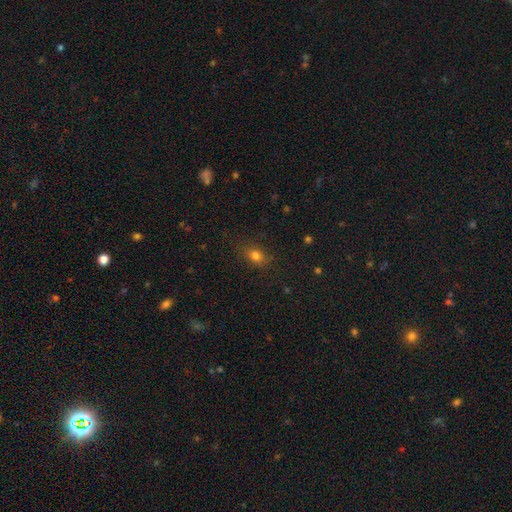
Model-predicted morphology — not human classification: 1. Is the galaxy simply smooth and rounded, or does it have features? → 79% smooth, 13% star or artifact, 7% featured or disk.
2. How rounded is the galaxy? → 64% in between, 34% round, 2% cigar-shaped.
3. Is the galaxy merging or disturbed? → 82% none, 13% minor disturbance, 4% major disturbance, 1% merger.